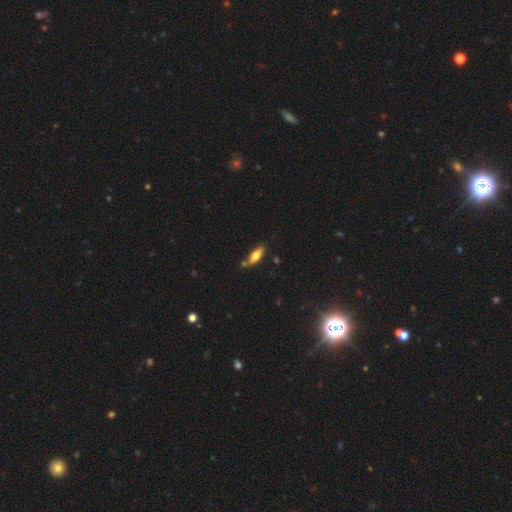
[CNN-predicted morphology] Overall: smooth (69%). How rounded: in between (62%; cigar-shaped 36%). Merging: none (68%).